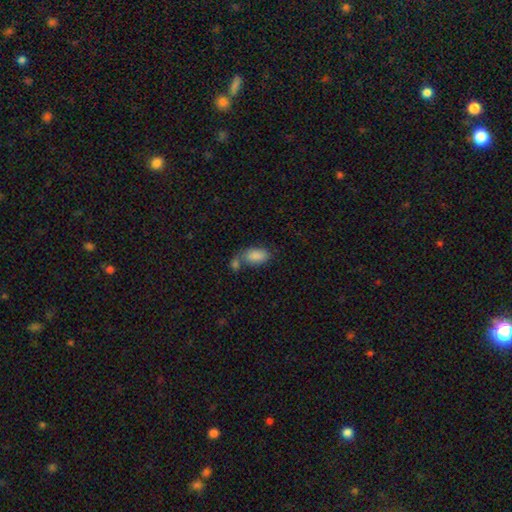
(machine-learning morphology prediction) This is clearly a smooth galaxy (86%). How rounded: clearly in between (93%). Merging: marginally merger (42%).